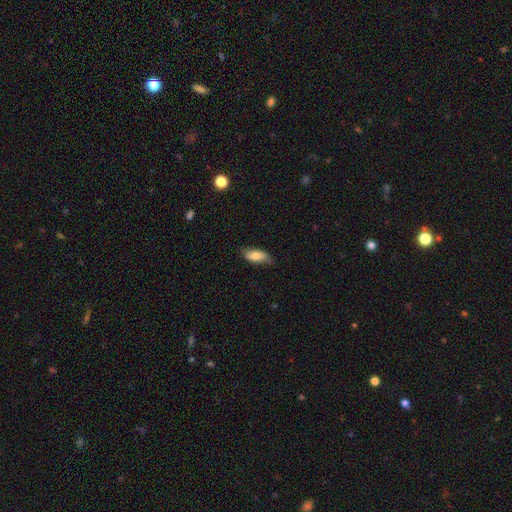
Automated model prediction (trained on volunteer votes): smooth 74%, featured or disk 19%, star or artifact 7%. Down the decision tree: how rounded — in between (84%); merging — none (69%).